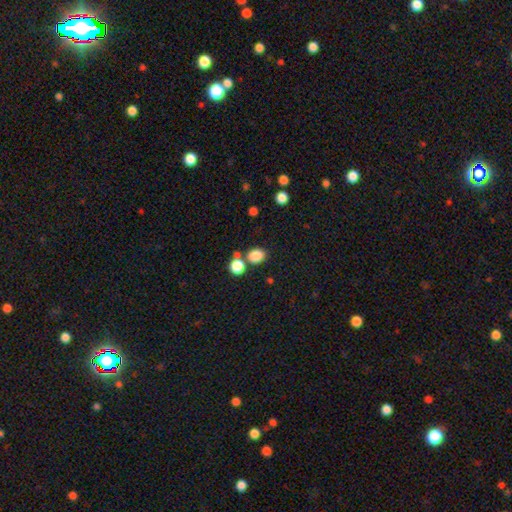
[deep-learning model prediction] This is clearly a smooth galaxy (84%). How rounded: possibly round (51%). Merging: likely none (69%).